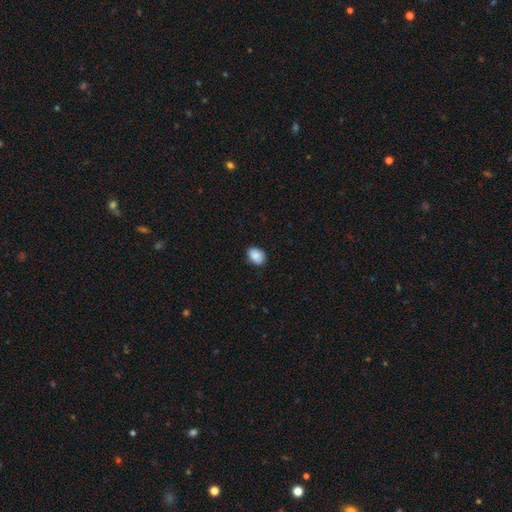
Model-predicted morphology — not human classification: Smooth or featured: smooth — 88% (star or artifact — 7%)
How rounded: in between — 72% (round — 27%)
Merging: none — 85% (minor disturbance — 12%)